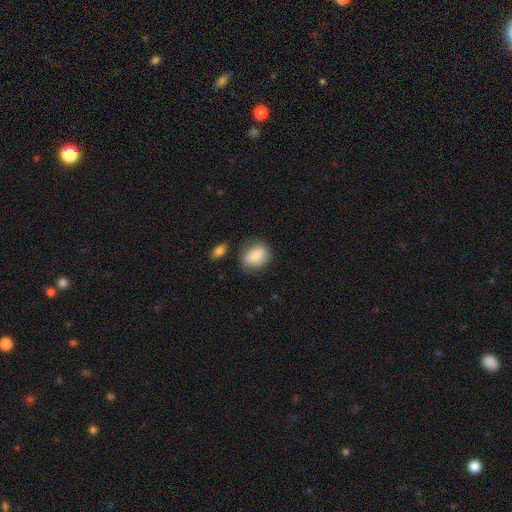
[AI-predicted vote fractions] smooth_or_featured: smooth (p=0.81) [alt: featured or disk p=0.12]
how_rounded: in between (p=0.57) [alt: round p=0.42]
merging: none (p=0.67) [alt: minor disturbance p=0.22]